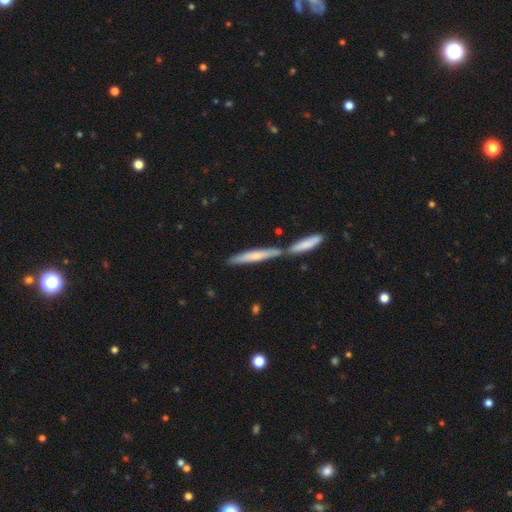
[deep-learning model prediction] This is possibly a smooth galaxy (58%). How rounded: clearly cigar-shaped (91%). Merging: possibly none (54%).